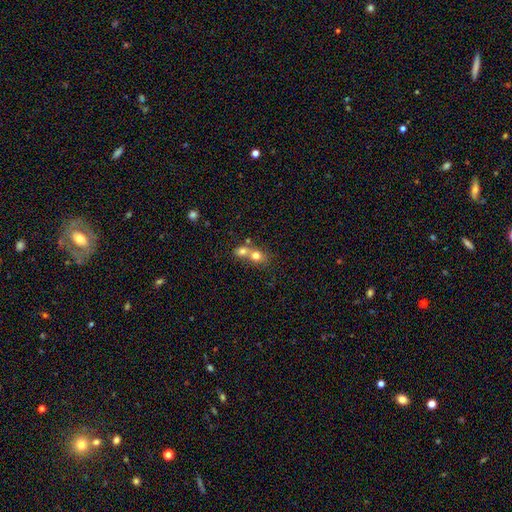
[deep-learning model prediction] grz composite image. It shows a smooth galaxy with no disk features (73%) that is round (61%). Merging: merger (67%).